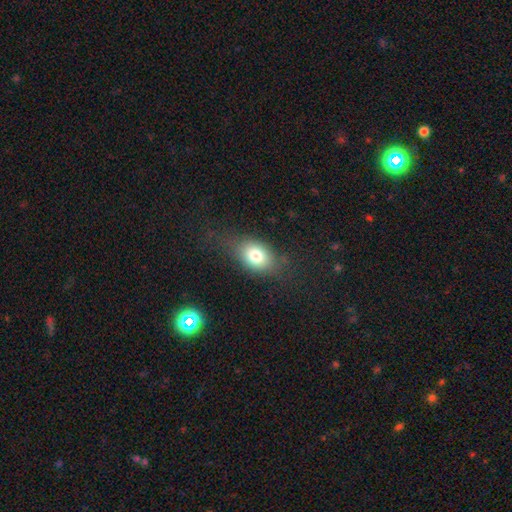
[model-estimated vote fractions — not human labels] Q: Smooth or featured?
A: smooth (77%); runner-up: featured or disk (14%)
Q: How rounded?
A: in between (75%); runner-up: round (23%)
Q: Merging?
A: none (67%); runner-up: minor disturbance (20%)